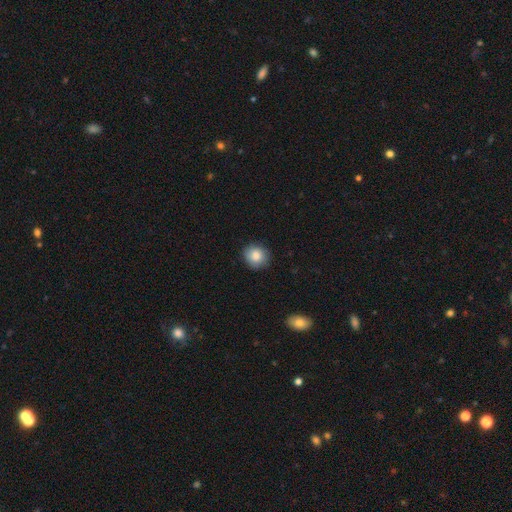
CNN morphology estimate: The model was most divided on "how rounded": round: 84%, in between: 15%, cigar-shaped: 1%. More confident: merging — none (87%); smooth or featured — smooth (85%).